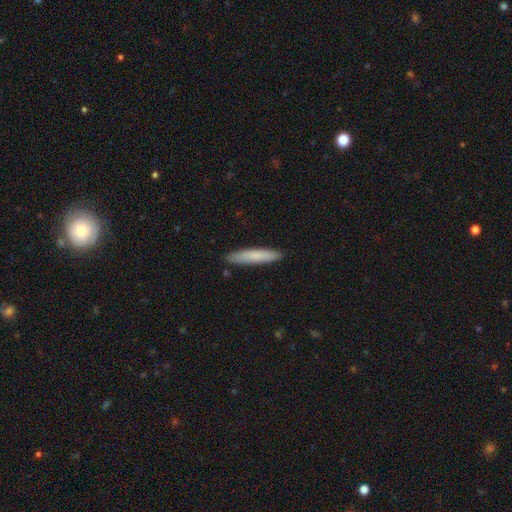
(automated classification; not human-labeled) A smooth galaxy with no disk features (77%) that is cigar-shaped (90%). Merging: none (89%).